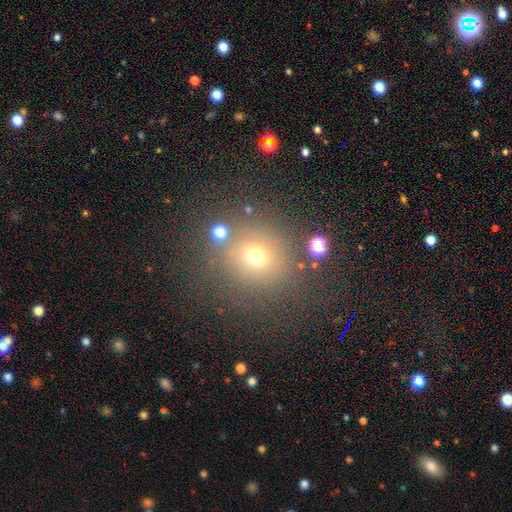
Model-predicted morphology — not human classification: The model was most divided on "smooth or featured": smooth: 68%, star or artifact: 21%, featured or disk: 11%. More confident: how rounded — round (87%); merging — none (76%).